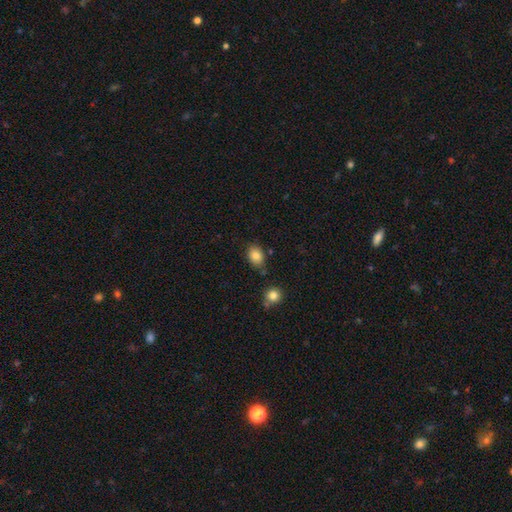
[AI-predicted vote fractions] A smooth galaxy with no disk features (83%) that is in between round and cigar-shaped (78%).

Vote fractions:
- Smooth or featured? smooth: 83% / star or artifact: 9% / featured or disk: 8%
- How rounded? in between: 78% / round: 21% / cigar-shaped: 1%
- Merging? none: 74% / minor disturbance: 16% / merger: 6% / major disturbance: 3%